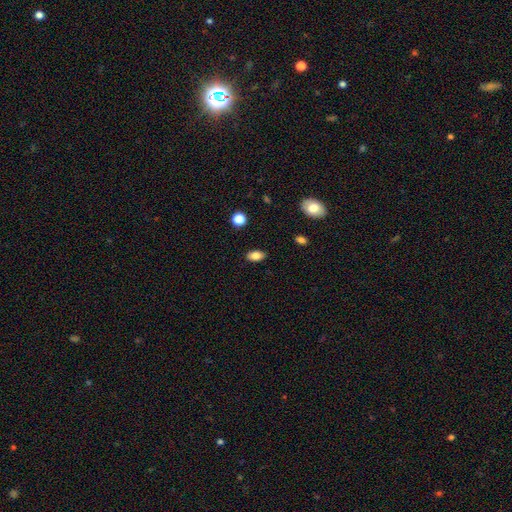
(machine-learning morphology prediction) Q: Smooth or featured?
A: smooth (82%); runner-up: featured or disk (9%)
Q: How rounded?
A: in between (90%); runner-up: round (8%)
Q: Merging?
A: none (88%); runner-up: minor disturbance (9%)